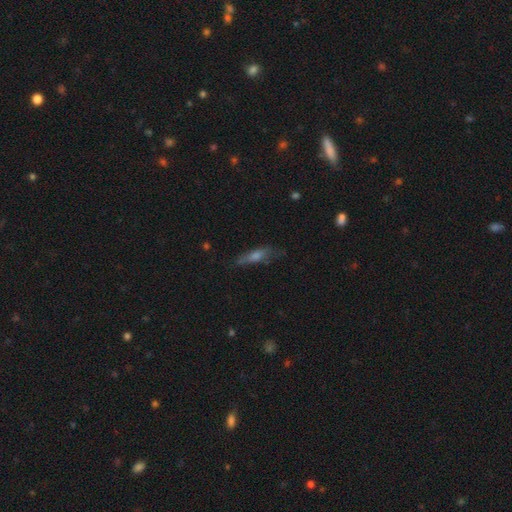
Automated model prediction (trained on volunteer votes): This is possibly a smooth galaxy (48%). Merging: likely none (68%).